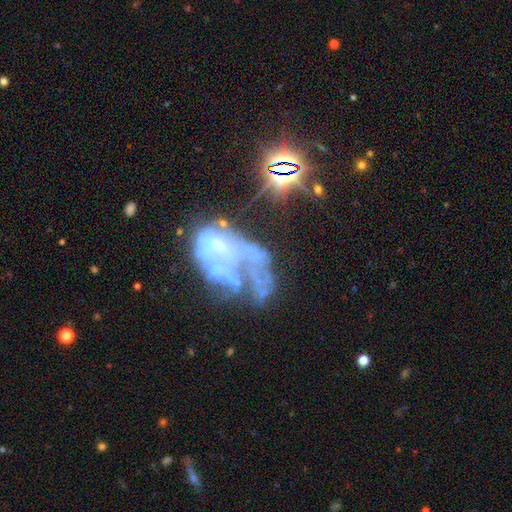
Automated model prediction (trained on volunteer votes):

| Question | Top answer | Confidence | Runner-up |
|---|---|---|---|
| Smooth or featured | featured or disk | 63% | star or artifact (22%) |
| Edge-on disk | no | 97% | yes (3%) |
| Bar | no | 87% | weak (9%) |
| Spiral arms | no | 82% | yes (18%) |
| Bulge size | none | 60% | small (23%) |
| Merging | major disturbance | 41% | merger (23%) |